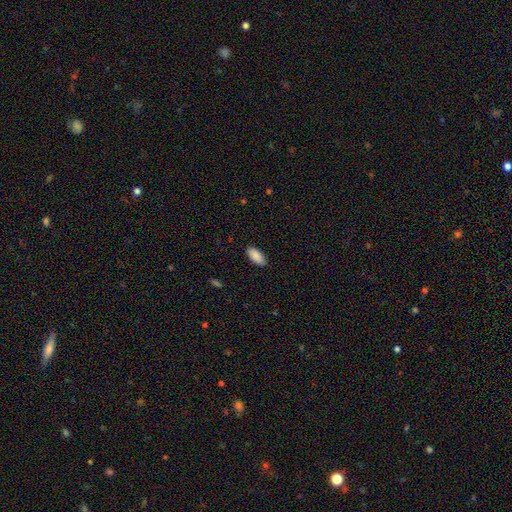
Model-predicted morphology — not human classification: A smooth galaxy with no disk features (89%) that is in between round and cigar-shaped (92%).

Vote fractions:
- Smooth or featured? smooth: 89% / star or artifact: 6% / featured or disk: 5%
- How rounded? in between: 92% / cigar-shaped: 6% / round: 2%
- Merging? none: 87% / minor disturbance: 10% / major disturbance: 2% / merger: 1%